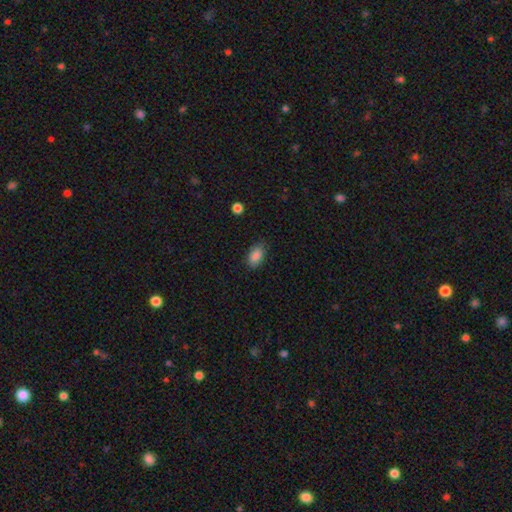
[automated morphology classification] smooth_or_featured: smooth (p=0.88) [alt: star or artifact p=0.08]
how_rounded: in between (p=0.91) [alt: round p=0.06]
merging: none (p=0.82) [alt: minor disturbance p=0.13]